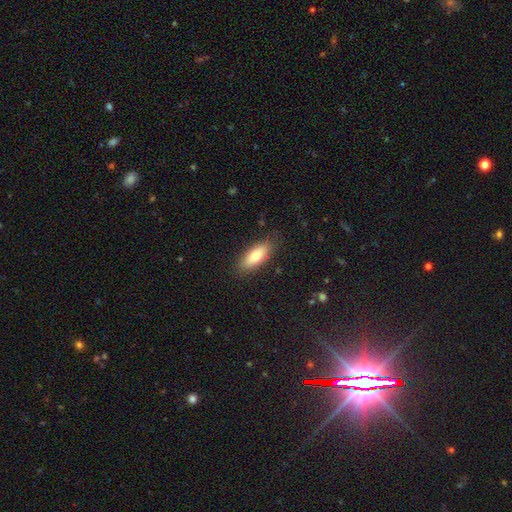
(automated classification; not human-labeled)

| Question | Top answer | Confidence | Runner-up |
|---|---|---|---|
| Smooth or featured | smooth | 79% | featured or disk (15%) |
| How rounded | in between | 72% | cigar-shaped (26%) |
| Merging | none | 85% | minor disturbance (11%) |